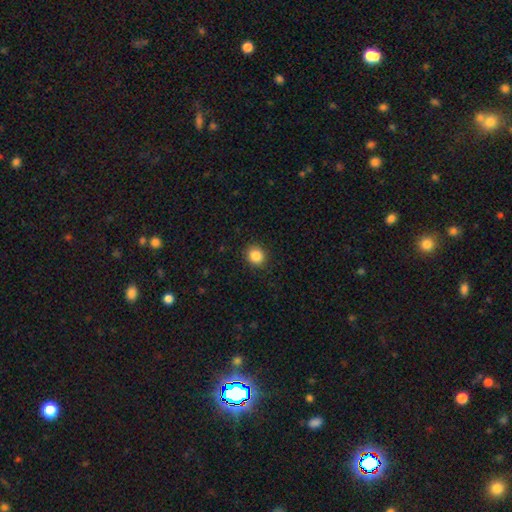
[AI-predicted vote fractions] This is clearly a smooth galaxy (86%). How rounded: clearly round (81%). Merging: clearly none (90%).